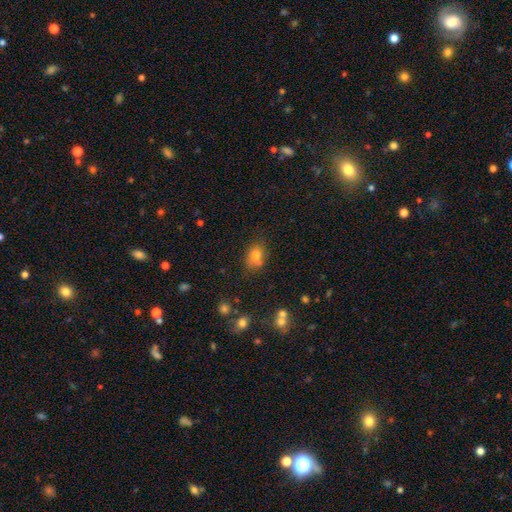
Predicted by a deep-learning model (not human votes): The model was most divided on "how rounded": in between: 64%, round: 35%, cigar-shaped: 1%. More confident: smooth or featured — smooth (74%); merging — none (63%).